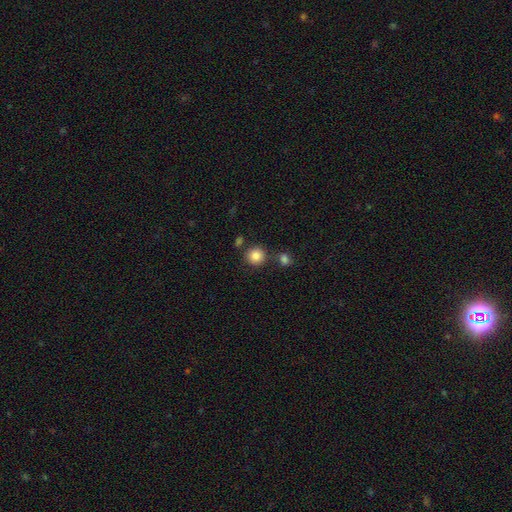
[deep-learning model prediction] The model was most divided on "merging": none: 79%, merger: 10%, minor disturbance: 8%, major disturbance: 3%. More confident: how rounded — round (92%); smooth or featured — smooth (85%).